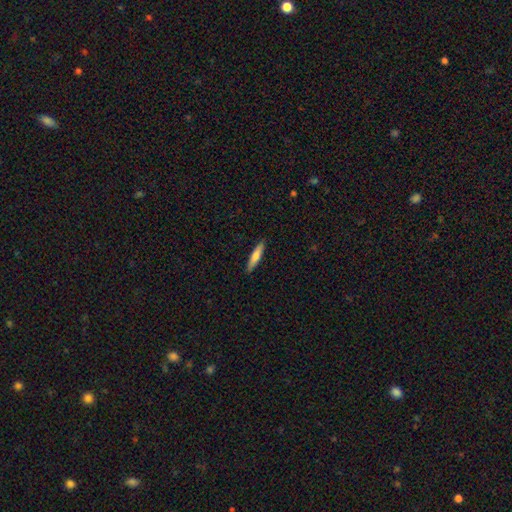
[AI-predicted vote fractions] A smooth galaxy with no disk features (67%) that is cigar-shaped (85%).

Vote fractions:
- Smooth or featured? smooth: 67% / featured or disk: 28% / star or artifact: 5%
- How rounded? cigar-shaped: 85% / in between: 13% / round: 1%
- Merging? none: 90% / minor disturbance: 7% / major disturbance: 2% / merger: 1%